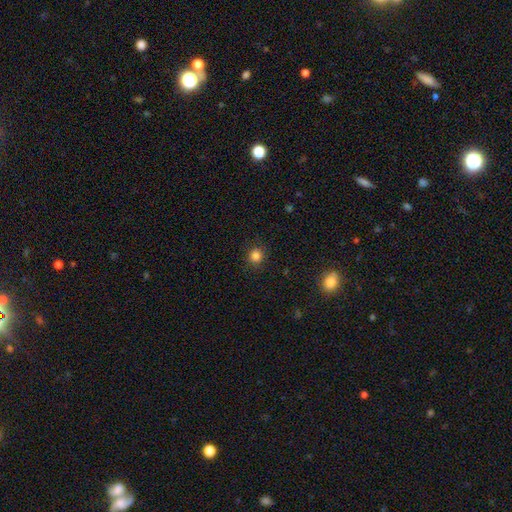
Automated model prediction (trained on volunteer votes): The model was most divided on "smooth or featured": smooth: 83%, star or artifact: 13%, featured or disk: 4%. More confident: how rounded — round (89%); merging — none (88%).